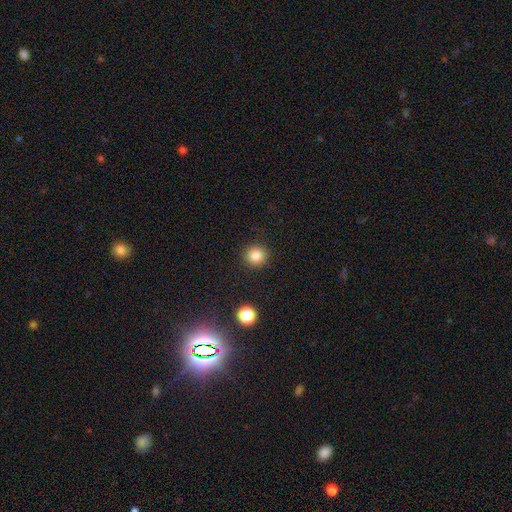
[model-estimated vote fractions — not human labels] This is clearly a smooth galaxy (83%). How rounded: clearly round (93%). Merging: clearly none (90%).